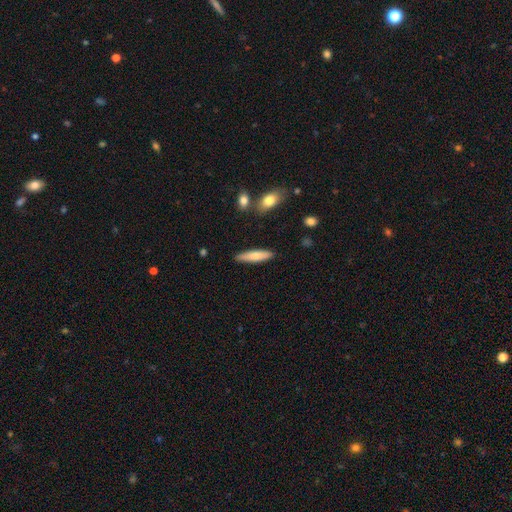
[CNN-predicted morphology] A smooth galaxy with no disk features (74%) that is cigar-shaped (79%). Merging: none (87%).